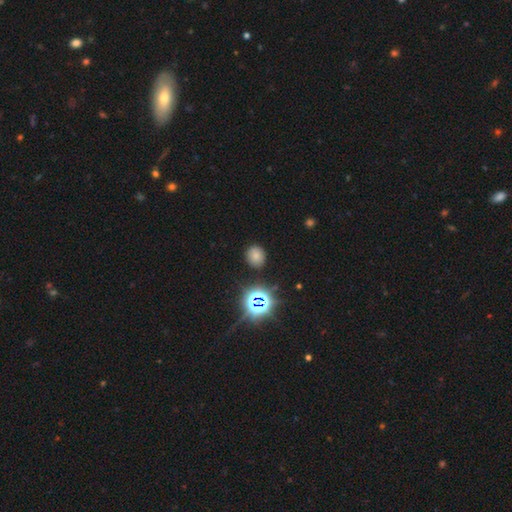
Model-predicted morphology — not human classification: Smooth or featured: smooth — 70% (star or artifact — 22%)
How rounded: round — 75% (in between — 24%)
Merging: none — 85% (minor disturbance — 10%)